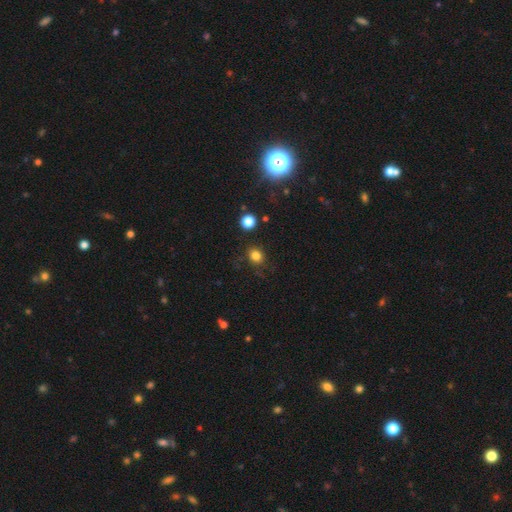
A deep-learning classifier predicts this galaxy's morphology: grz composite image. It shows a smooth galaxy with no disk features (81%) that is round (71%). Merging: none (81%).